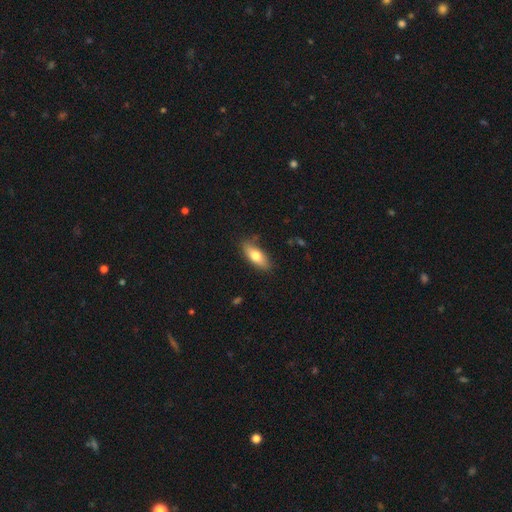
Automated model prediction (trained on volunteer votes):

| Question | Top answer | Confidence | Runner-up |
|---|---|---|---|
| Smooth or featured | smooth | 72% | featured or disk (22%) |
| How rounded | in between | 76% | cigar-shaped (21%) |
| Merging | none | 79% | minor disturbance (16%) |